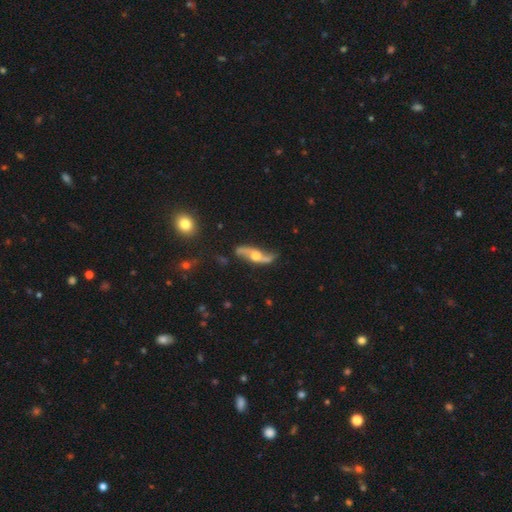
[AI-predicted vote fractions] featured or disk 84%, smooth 11%, star or artifact 5%. Down the decision tree: edge-on disk — no (81%); bar — no (65%); spiral arms — yes (94%); spiral arm count — 2 (93%); spiral winding — loose (84%); bulge size — moderate (69%); merging — none (75%).